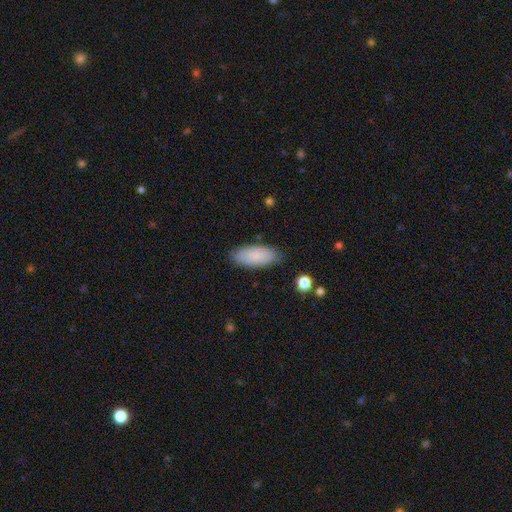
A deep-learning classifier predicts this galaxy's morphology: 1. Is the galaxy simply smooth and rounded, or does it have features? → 86% smooth, 8% featured or disk, 6% star or artifact.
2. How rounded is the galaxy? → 85% in between, 13% cigar-shaped, 2% round.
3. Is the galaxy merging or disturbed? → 85% none, 11% minor disturbance, 3% major disturbance, 1% merger.